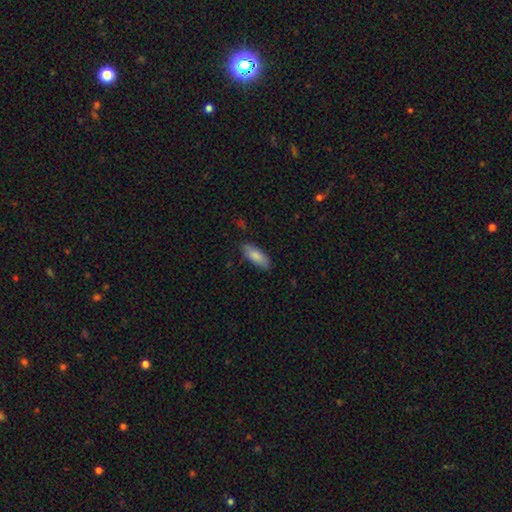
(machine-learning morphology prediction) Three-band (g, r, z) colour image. It shows a smooth galaxy with no disk features (86%) that is in between round and cigar-shaped (73%). Merging: none (82%).